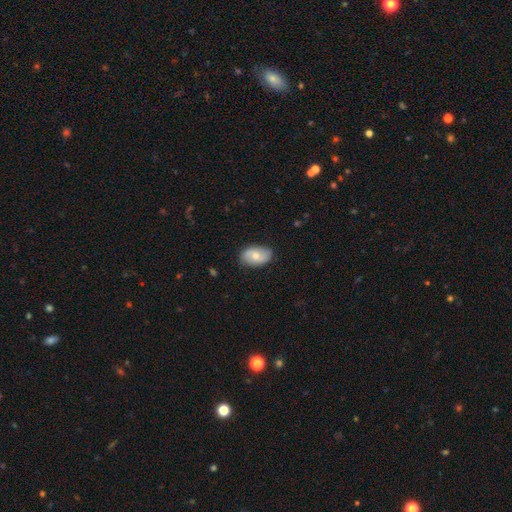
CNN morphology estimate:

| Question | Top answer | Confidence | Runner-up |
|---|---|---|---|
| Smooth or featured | smooth | 59% | featured or disk (34%) |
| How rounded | in between | 90% | round (8%) |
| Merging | none | 81% | minor disturbance (15%) |